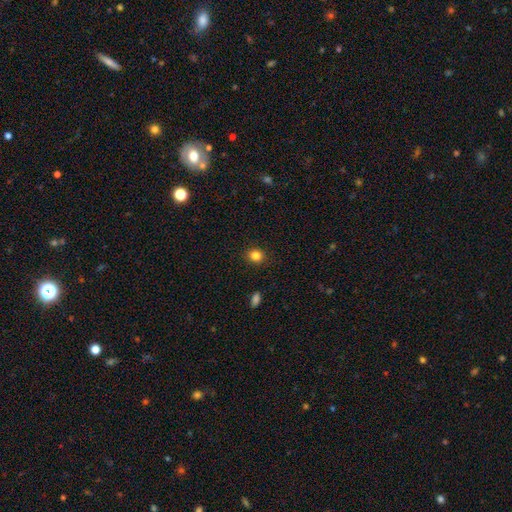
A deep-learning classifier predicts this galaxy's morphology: smooth-or-featured: smooth: 83% | star or artifact: 12% | featured or disk: 5%
  how-rounded: round: 75% | in between: 24% | cigar-shaped: 1%
  merging: none: 90% | minor disturbance: 7% | major disturbance: 2% | merger: 1%